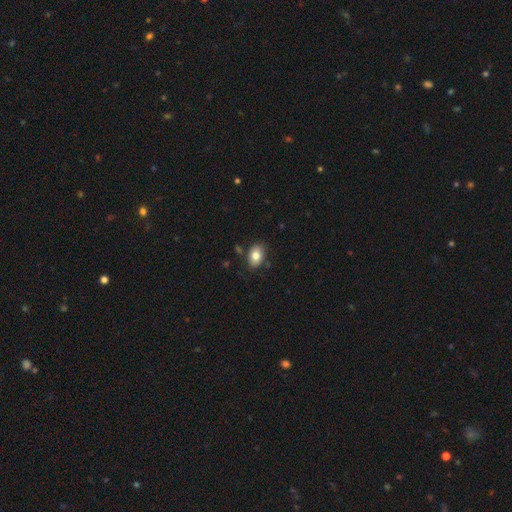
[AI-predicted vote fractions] Smooth or featured?
  - smooth: 81% *
  - featured or disk: 11%
  - star or artifact: 8%
How rounded?
  - in between: 84% *
  - round: 15%
  - cigar-shaped: 1%
Merging?
  - none: 82% *
  - minor disturbance: 12%
  - merger: 3%
  - major disturbance: 3%